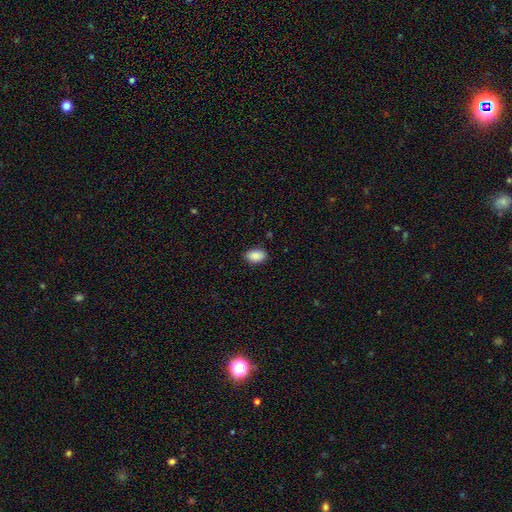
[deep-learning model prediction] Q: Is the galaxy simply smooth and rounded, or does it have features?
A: smooth — 90%.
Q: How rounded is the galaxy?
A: in between — 90%.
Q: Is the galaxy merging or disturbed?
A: none — 88%.